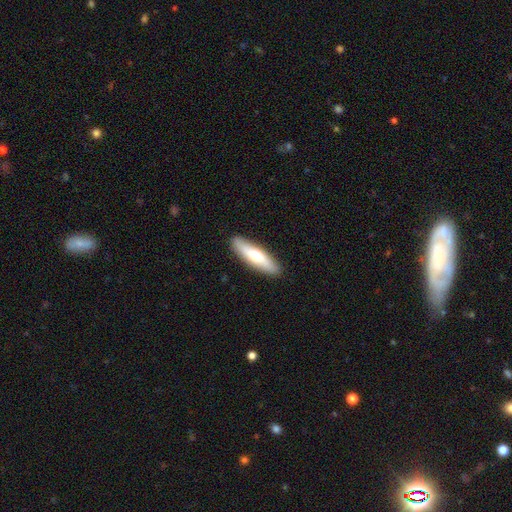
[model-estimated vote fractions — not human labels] Smooth or featured? smooth (60%)
How rounded? cigar-shaped (72%)
Merging? none (90%)